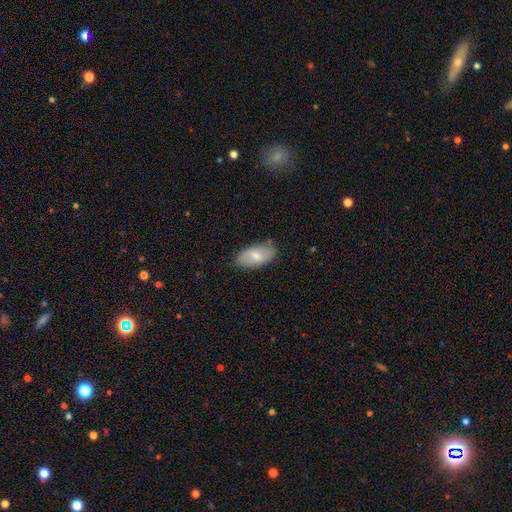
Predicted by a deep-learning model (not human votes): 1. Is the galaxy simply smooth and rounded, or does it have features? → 65% smooth, 29% featured or disk, 6% star or artifact.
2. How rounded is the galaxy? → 94% in between, 3% cigar-shaped, 3% round.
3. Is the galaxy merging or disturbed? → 80% none, 16% minor disturbance, 3% major disturbance, 1% merger.